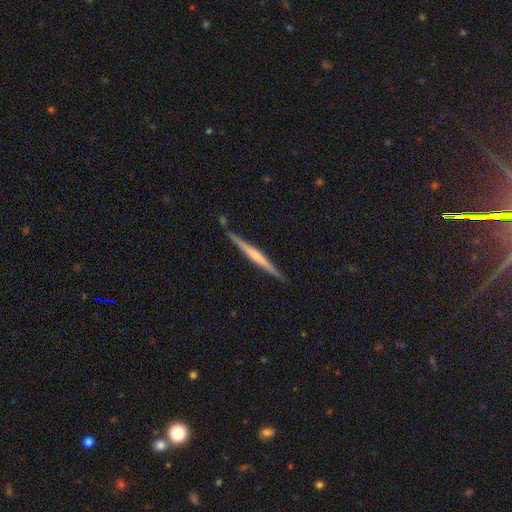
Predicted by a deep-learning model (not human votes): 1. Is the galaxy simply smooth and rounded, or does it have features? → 65% featured or disk, 30% smooth, 5% star or artifact.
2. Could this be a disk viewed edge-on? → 98% yes, 2% no.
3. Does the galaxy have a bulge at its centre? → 49% none, 39% rounded, 12% boxy.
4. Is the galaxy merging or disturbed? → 88% none, 9% minor disturbance, 2% merger, 2% major disturbance.